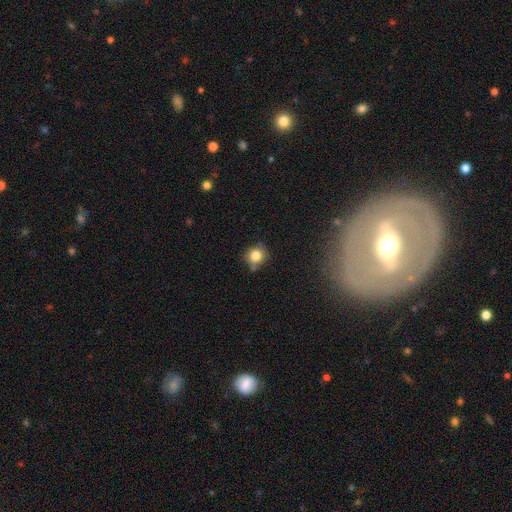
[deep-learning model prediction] A smooth galaxy with no disk features (81%) that is round (84%).

Vote fractions:
- Smooth or featured? smooth: 81% / star or artifact: 11% / featured or disk: 8%
- How rounded? round: 84% / in between: 15% / cigar-shaped: 1%
- Merging? none: 71% / minor disturbance: 18% / merger: 7% / major disturbance: 4%